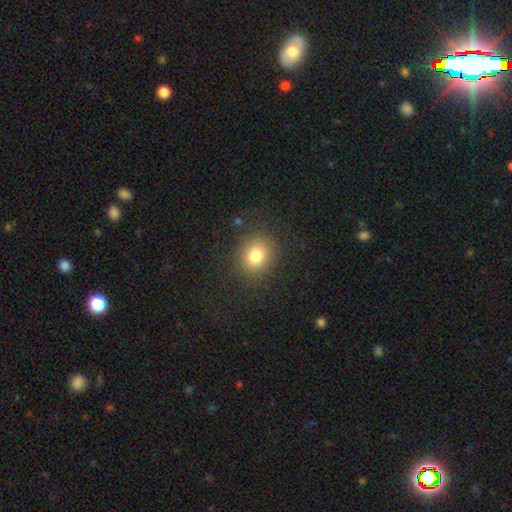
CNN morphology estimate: Smooth or featured?
  - smooth: 79% *
  - star or artifact: 12%
  - featured or disk: 9%
How rounded?
  - round: 65% *
  - in between: 34%
  - cigar-shaped: 1%
Merging?
  - none: 85% *
  - minor disturbance: 10%
  - major disturbance: 4%
  - merger: 1%